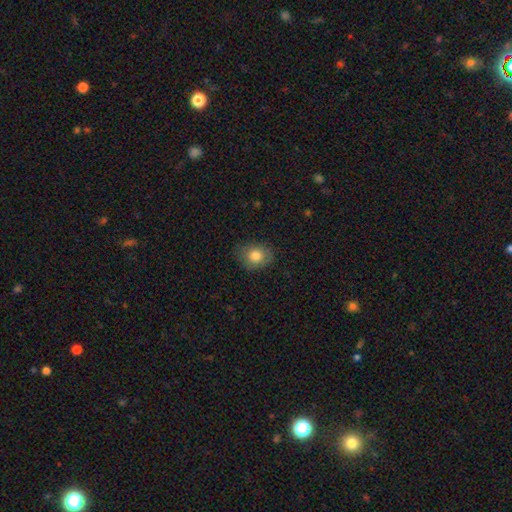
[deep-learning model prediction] Smooth or featured? Predicted: smooth (p=0.81). How rounded? Predicted: round (p=0.50). Merging? Predicted: none (p=0.78).